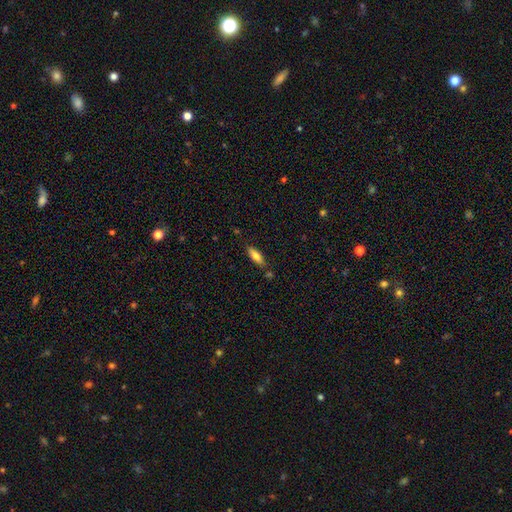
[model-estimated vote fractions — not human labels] Smooth or featured? Predicted: smooth (p=0.77). How rounded? Predicted: in between (p=0.61). Merging? Predicted: none (p=0.77).